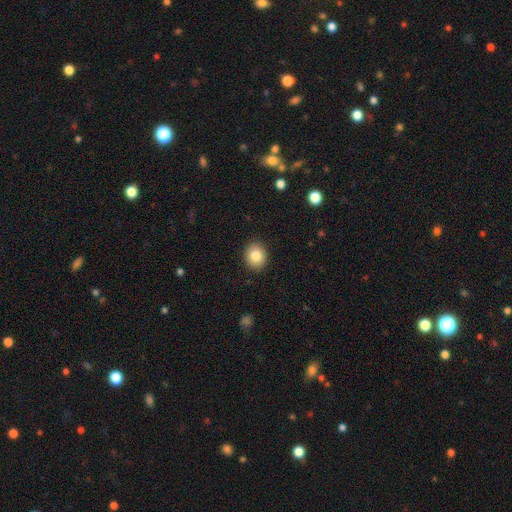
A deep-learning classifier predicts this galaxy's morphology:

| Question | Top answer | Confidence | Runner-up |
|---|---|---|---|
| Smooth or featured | smooth | 84% | star or artifact (9%) |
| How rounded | round | 64% | in between (36%) |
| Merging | none | 90% | minor disturbance (7%) |